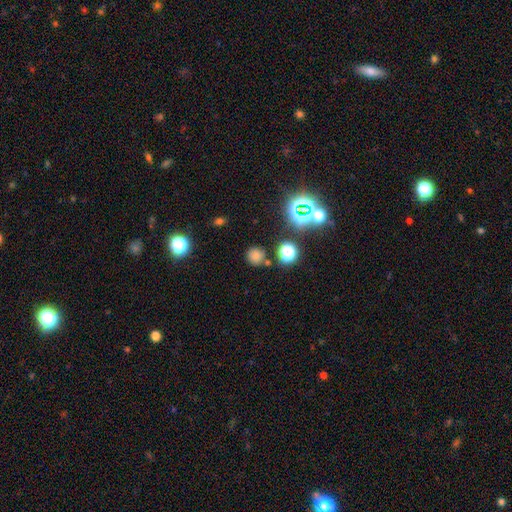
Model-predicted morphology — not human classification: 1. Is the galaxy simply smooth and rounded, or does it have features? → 69% smooth, 24% star or artifact, 8% featured or disk.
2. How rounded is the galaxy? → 91% round, 8% in between, 1% cigar-shaped.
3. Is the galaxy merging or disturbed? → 81% none, 9% minor disturbance, 6% merger, 3% major disturbance.